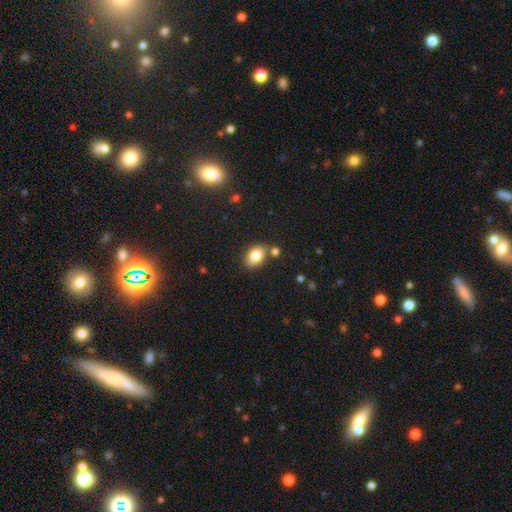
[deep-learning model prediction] Smooth or featured: smooth — 84% (star or artifact — 8%)
How rounded: in between — 82% (round — 17%)
Merging: none — 76% (minor disturbance — 12%)